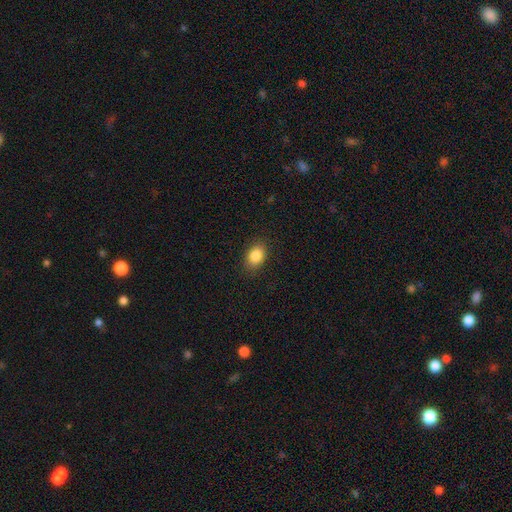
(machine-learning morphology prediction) This is clearly a smooth galaxy (86%). How rounded: likely in between (75%). Merging: clearly none (86%).